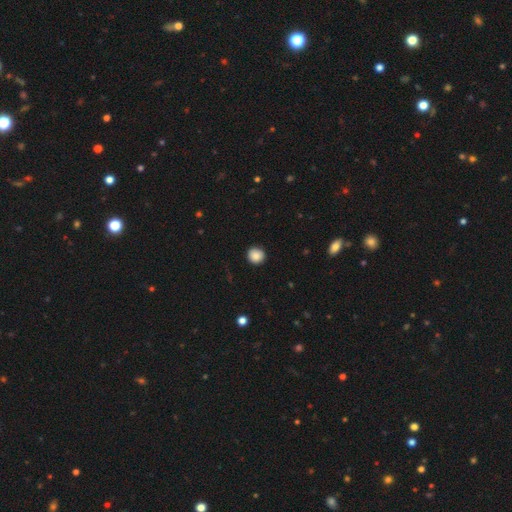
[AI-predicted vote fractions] A smooth galaxy with no disk features (86%) that is round (93%). Merging: none (91%).